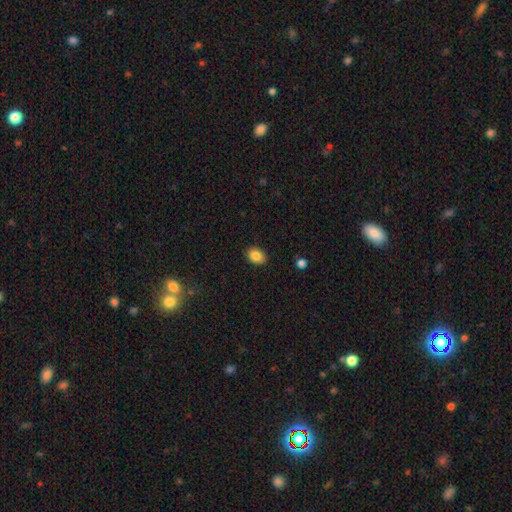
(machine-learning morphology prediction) Overall: smooth (86%). How rounded: in between (73%). Merging: none (87%).